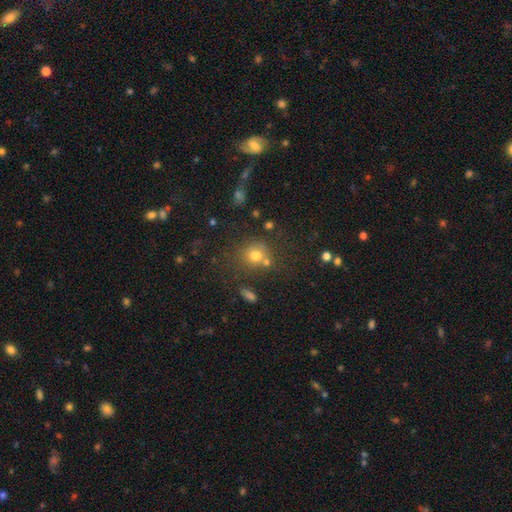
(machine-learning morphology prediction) The model was most divided on "merging": none: 61%, merger: 21%, minor disturbance: 12%, major disturbance: 6%. More confident: how rounded — round (83%); smooth or featured — smooth (70%).